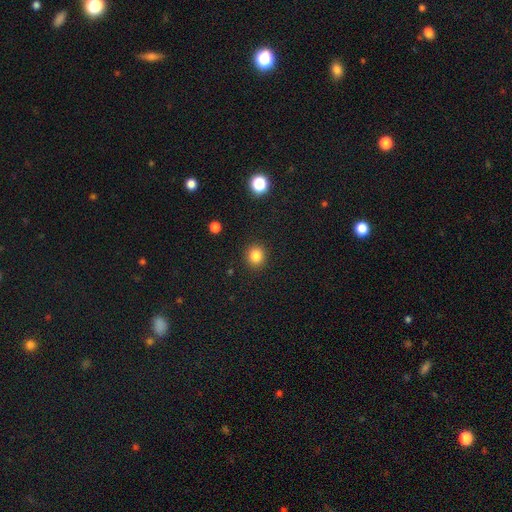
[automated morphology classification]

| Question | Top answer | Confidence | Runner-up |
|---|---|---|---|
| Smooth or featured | smooth | 84% | star or artifact (12%) |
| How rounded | round | 85% | in between (14%) |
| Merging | none | 91% | minor disturbance (6%) |